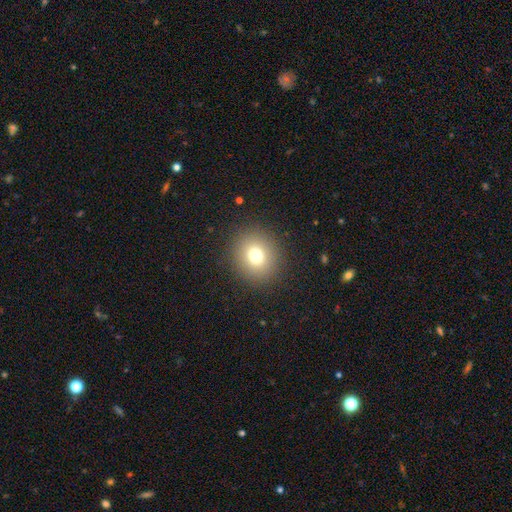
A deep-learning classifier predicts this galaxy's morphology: A smooth galaxy with no disk features (75%) that is round (85%). Merging: none (90%).